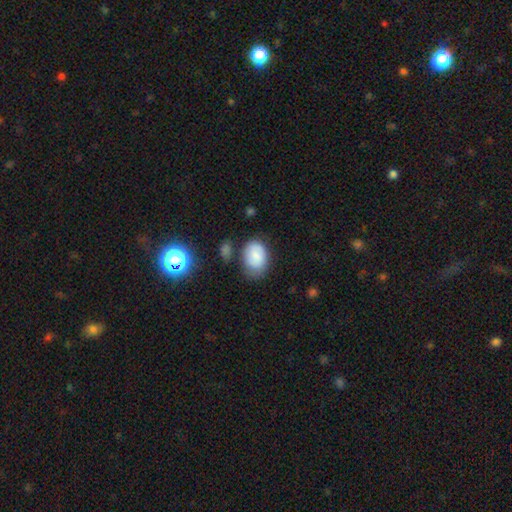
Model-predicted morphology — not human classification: smooth-or-featured: smooth: 78% | featured or disk: 13% | star or artifact: 9%
  how-rounded: in between: 73% | round: 26% | cigar-shaped: 1%
  merging: none: 58% | minor disturbance: 26% | major disturbance: 9% | merger: 7%